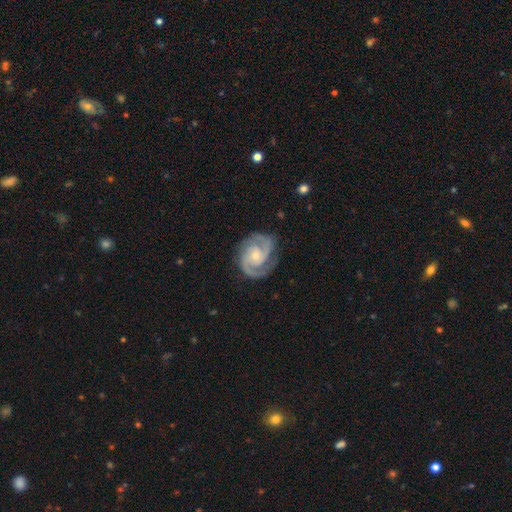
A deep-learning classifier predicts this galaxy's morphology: featured or disk 92%, smooth 4%, star or artifact 4%. Down the decision tree: edge-on disk — no (98%); bar — no (66%); spiral arms — yes (98%); spiral arm count — 2 (80%); spiral winding — medium (47%); bulge size — small (62%); merging — none (80%).